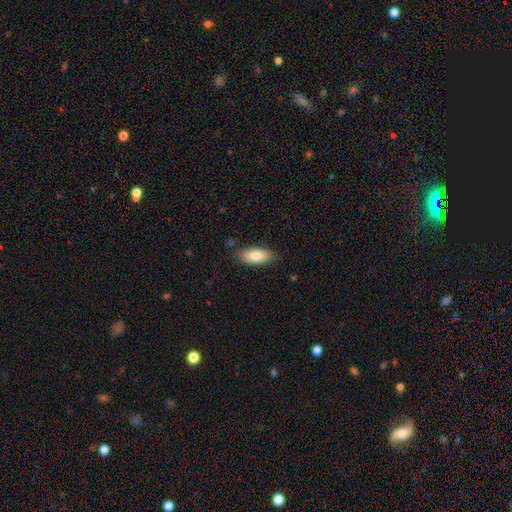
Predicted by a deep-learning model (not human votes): Smooth or featured? Predicted: smooth (p=0.80). How rounded? Predicted: in between (p=0.86). Merging? Predicted: none (p=0.80).